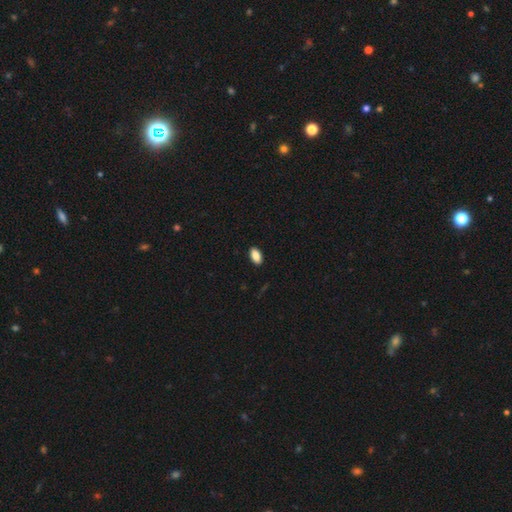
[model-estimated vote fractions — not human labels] smooth_or_featured: smooth (p=0.87) [alt: star or artifact p=0.07]
how_rounded: in between (p=0.93) [alt: round p=0.04]
merging: none (p=0.90) [alt: minor disturbance p=0.07]